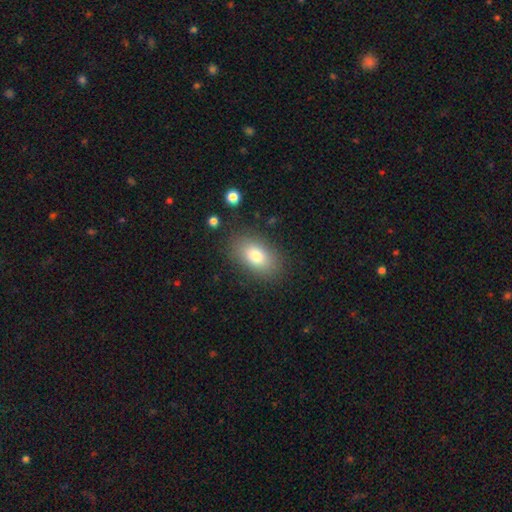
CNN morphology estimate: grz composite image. It shows a smooth galaxy with no disk features (79%) that is in between round and cigar-shaped (89%). Merging: none (85%).